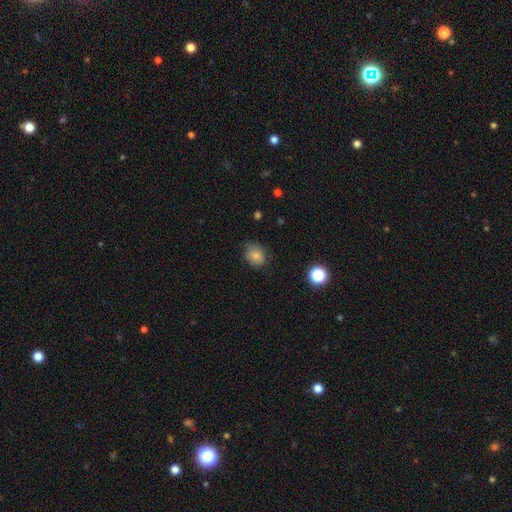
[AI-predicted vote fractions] Smooth or featured?
  - smooth: 79% *
  - featured or disk: 11%
  - star or artifact: 10%
How rounded?
  - round: 54% *
  - in between: 45%
  - cigar-shaped: 1%
Merging?
  - none: 67% *
  - minor disturbance: 26%
  - major disturbance: 6%
  - merger: 1%